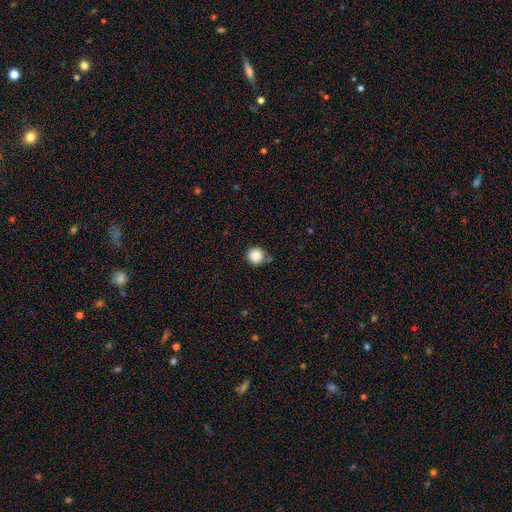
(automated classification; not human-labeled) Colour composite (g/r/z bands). It shows a smooth galaxy with no disk features (87%) that is round (95%). Merging: none (80%).